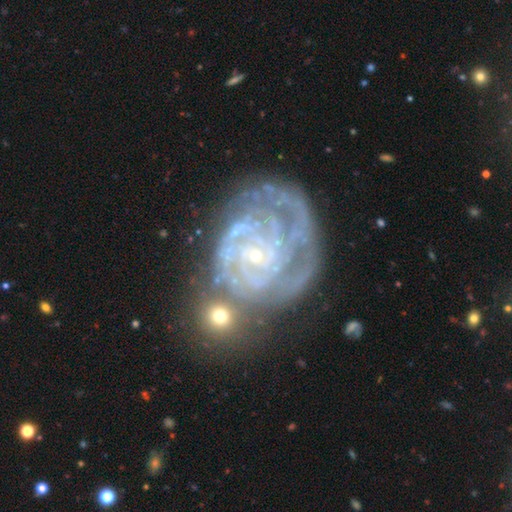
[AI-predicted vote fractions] Smooth or featured?
  - featured or disk: 87% *
  - star or artifact: 7%
  - smooth: 7%
Edge-on disk?
  - no: 98% *
  - yes: 2%
Bar?
  - no: 72% *
  - weak: 21%
  - strong: 7%
Spiral arms?
  - yes: 94% *
  - no: 6%
Spiral winding?
  - tight: 76% *
  - medium: 19%
  - loose: 5%
Spiral arm count?
  - can't tell: 33% *
  - 3: 20%
  - 4: 16%
  - 2: 16%
  - more than 4: 9%
  - 1: 7%
Bulge size?
  - small: 85% *
  - moderate: 8%
  - none: 4%
  - large: 1%
  - dominant: 1%
Merging?
  - none: 46% *
  - minor disturbance: 21%
  - merger: 18%
  - major disturbance: 14%